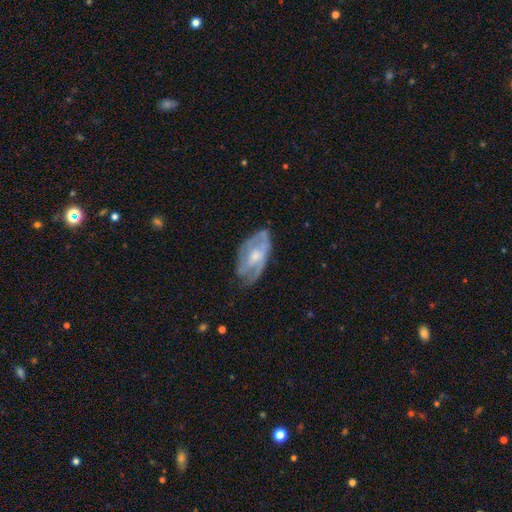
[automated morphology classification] The model was most divided on "spiral arm count" (2-way tie): can't tell: 35%, 2: 35%, 3: 17%, 1: 6%, 4: 4%, more than 4: 3%. Remaining: edge-on disk — no (94%); spiral arms — yes (82%); smooth or featured — featured or disk (74%); merging — none (62%); bar — no (60%); bulge size — small (46%); spiral winding — tight (43%).